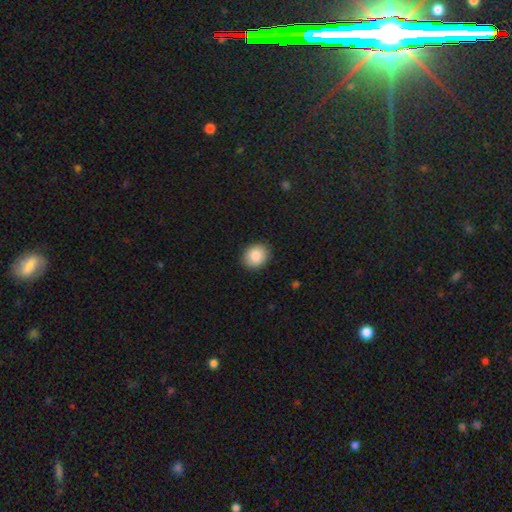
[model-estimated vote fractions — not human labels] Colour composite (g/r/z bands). It shows a smooth galaxy with no disk features (87%) that is round (60%). Merging: none (90%).